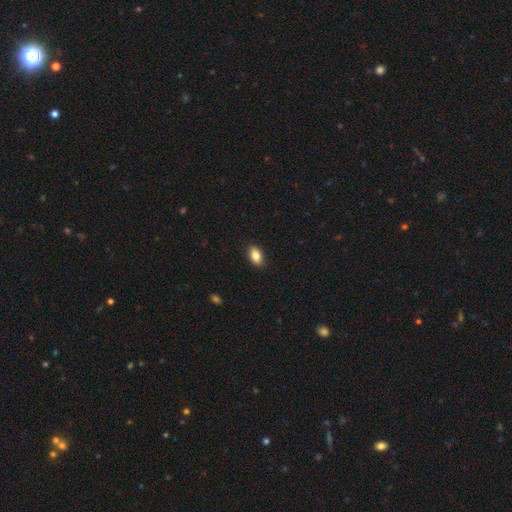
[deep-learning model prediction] A smooth galaxy with no disk features (85%) that is in between round and cigar-shaped (89%). Merging: none (90%).